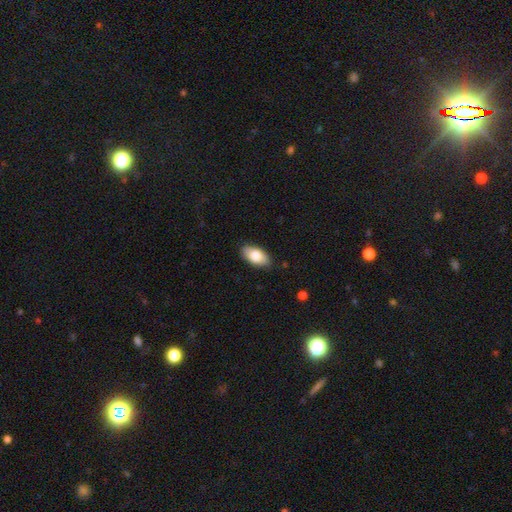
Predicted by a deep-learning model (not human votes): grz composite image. It shows a smooth galaxy with no disk features (81%) that is in between round and cigar-shaped (94%). Merging: none (85%).